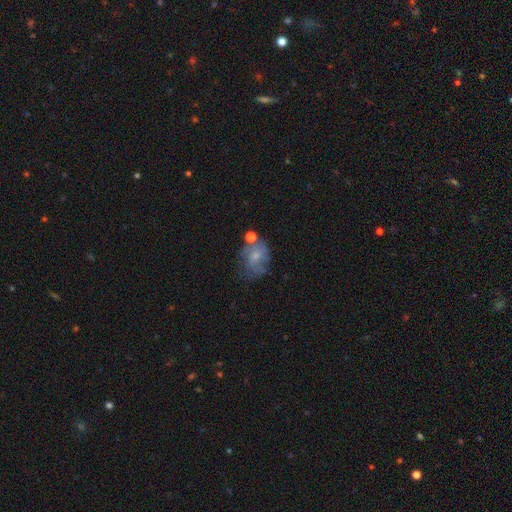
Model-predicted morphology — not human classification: smooth_or_featured: featured or disk (p=0.49) [alt: smooth p=0.41]
merging: none (p=0.46) [alt: minor disturbance p=0.25]